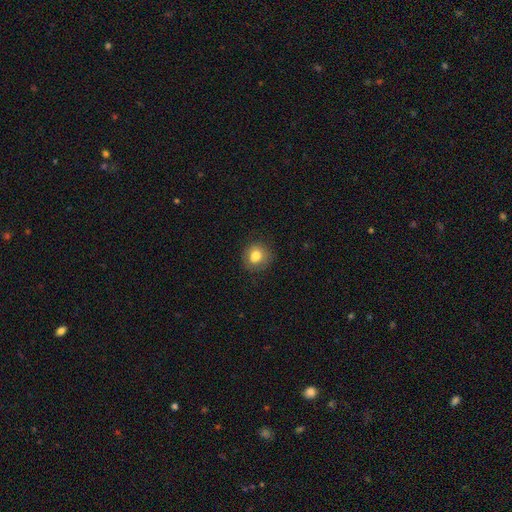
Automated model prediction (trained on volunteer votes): Smooth or featured: smooth — 81% (featured or disk — 10%)
How rounded: round — 79% (in between — 20%)
Merging: none — 82% (minor disturbance — 13%)